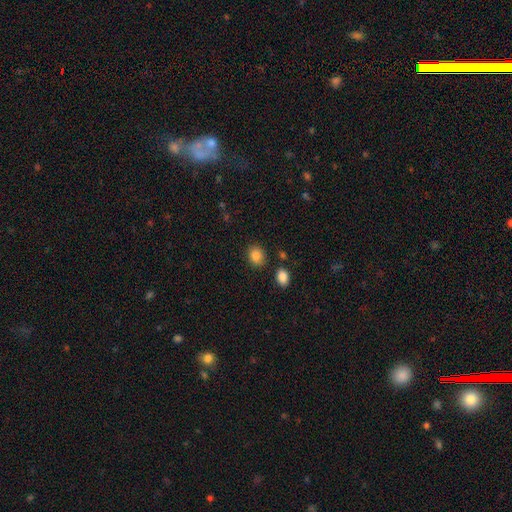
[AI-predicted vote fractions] This appears to be a smooth galaxy with no disk features (87%) that is in between round and cigar-shaped (50%). Merging: none (81%).